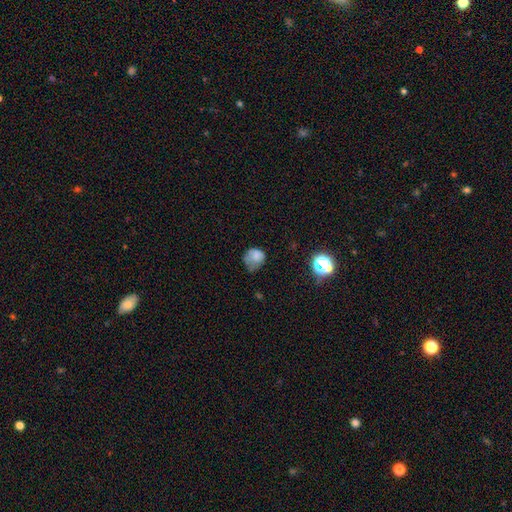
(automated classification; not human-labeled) Q: Smooth or featured?
A: smooth (73%); runner-up: featured or disk (15%)
Q: How rounded?
A: round (68%); runner-up: in between (31%)
Q: Merging?
A: minor disturbance (37%); runner-up: none (34%)